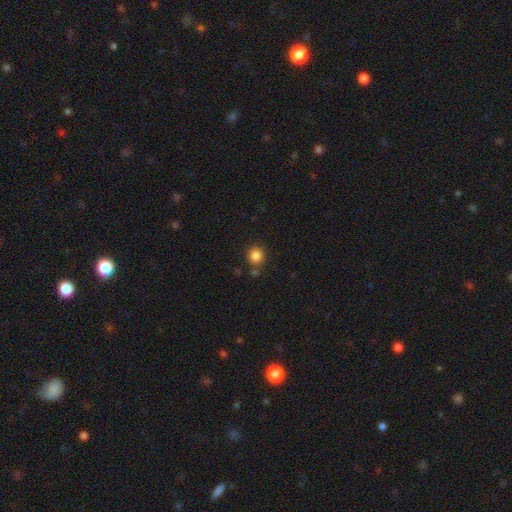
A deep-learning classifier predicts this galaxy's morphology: smooth_or_featured: smooth (p=0.84) [alt: star or artifact p=0.11]
how_rounded: round (p=0.89) [alt: in between p=0.10]
merging: none (p=0.81) [alt: minor disturbance p=0.09]